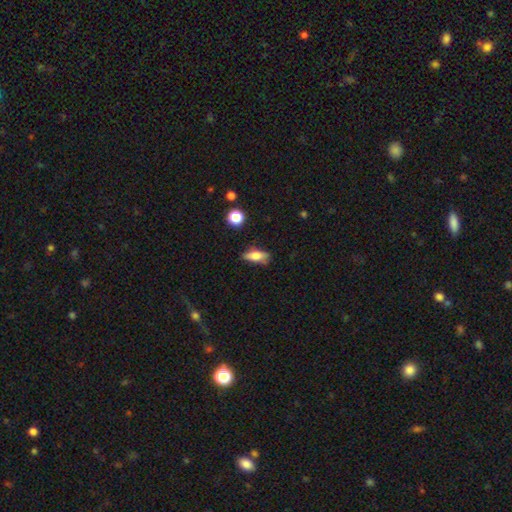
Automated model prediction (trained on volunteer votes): A smooth galaxy with no disk features (68%) that is in between round and cigar-shaped (67%).

Vote fractions:
- Smooth or featured? smooth: 68% / featured or disk: 24% / star or artifact: 9%
- How rounded? in between: 67% / cigar-shaped: 28% / round: 5%
- Merging? none: 72% / minor disturbance: 20% / major disturbance: 5% / merger: 3%